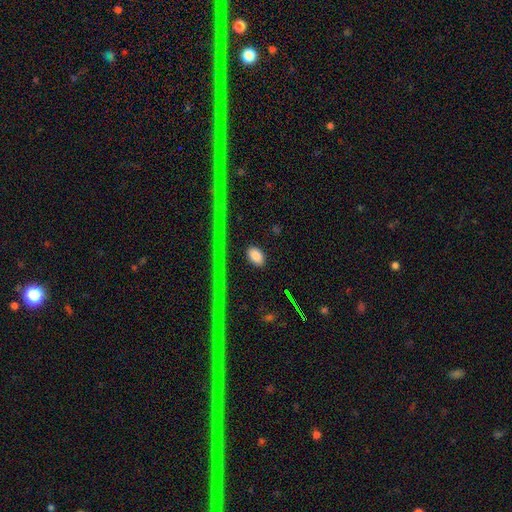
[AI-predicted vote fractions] smooth 82%, star or artifact 12%, featured or disk 7%. Down the decision tree: how rounded — in between (84%); merging — none (88%).